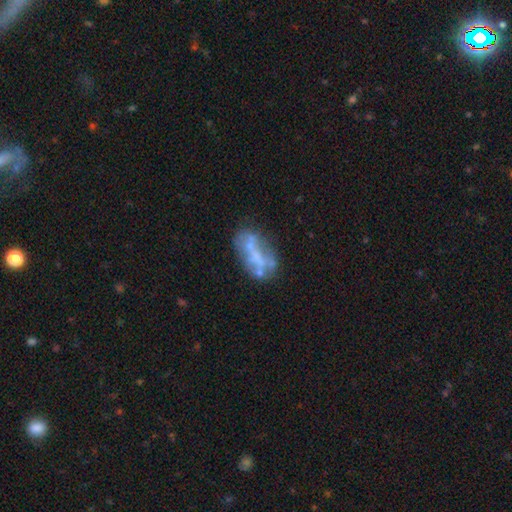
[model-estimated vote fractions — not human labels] Smooth or featured? Predicted: featured or disk (p=0.62). Edge-on disk? Predicted: no (p=0.95). Bar? Predicted: no (p=0.80). Spiral arms? Predicted: no (p=0.90). Bulge size? Predicted: none (p=0.58). Merging? Predicted: none (p=0.45).